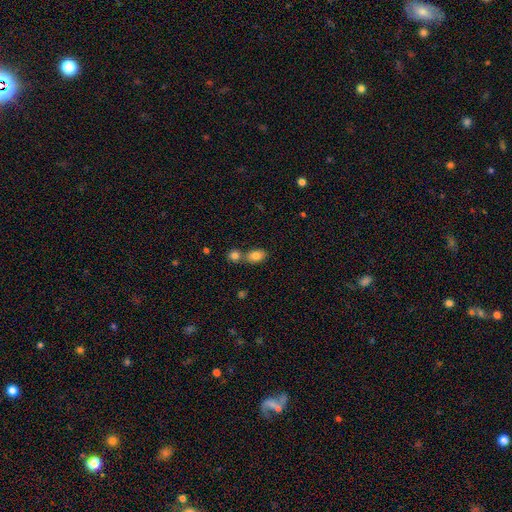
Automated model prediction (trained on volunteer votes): Smooth or featured? Predicted: smooth (p=0.82). How rounded? Predicted: in between (p=0.82). Merging? Predicted: none (p=0.49).